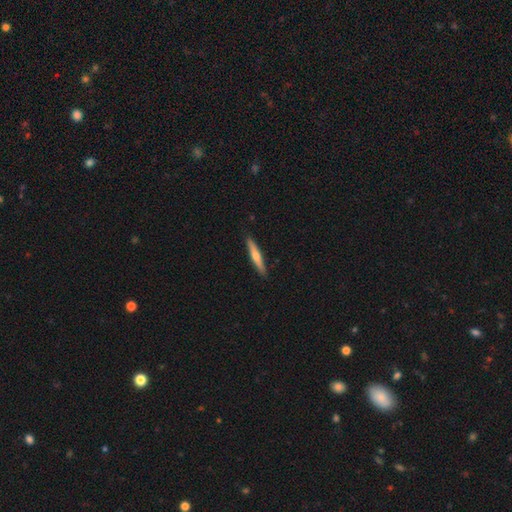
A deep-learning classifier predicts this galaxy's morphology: Smooth or featured? smooth (49%)
Merging? none (91%)